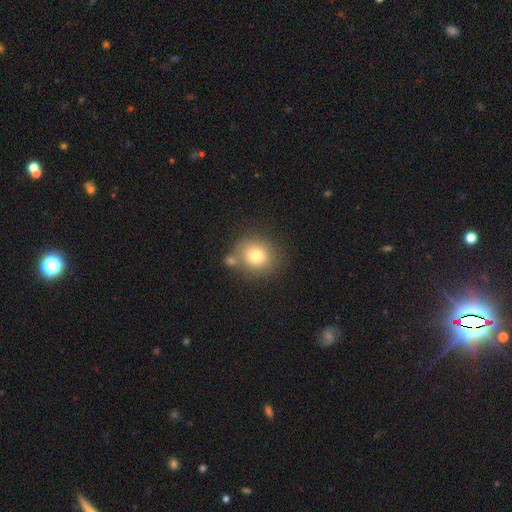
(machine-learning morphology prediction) This appears to be a smooth galaxy with no disk features (76%) that is round (82%). Merging: none (67%).